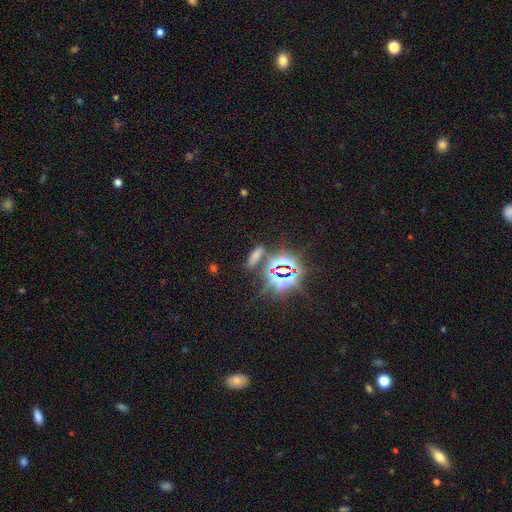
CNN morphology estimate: smooth 49%, star or artifact 41%, featured or disk 10%. Down the decision tree: merging — none (75%).